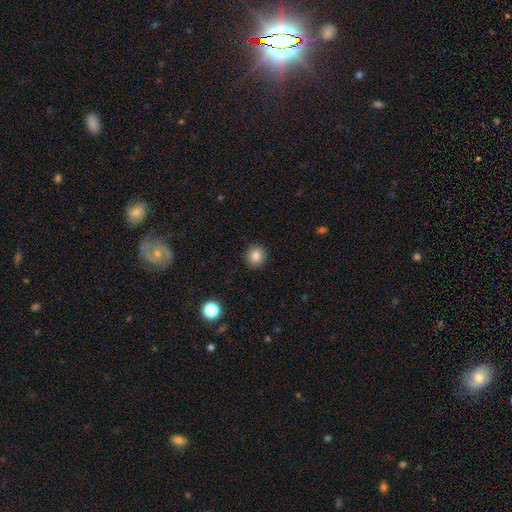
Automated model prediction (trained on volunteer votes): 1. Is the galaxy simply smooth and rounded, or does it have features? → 84% smooth, 11% star or artifact, 6% featured or disk.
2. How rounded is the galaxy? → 92% round, 7% in between, 1% cigar-shaped.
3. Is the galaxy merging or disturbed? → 92% none, 6% minor disturbance, 2% major disturbance, 1% merger.